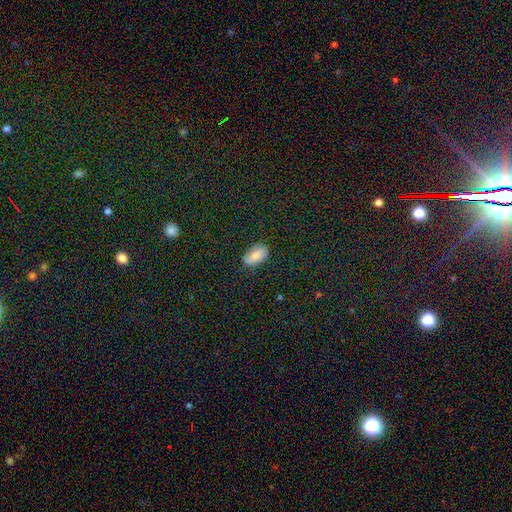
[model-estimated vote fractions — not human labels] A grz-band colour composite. It shows a smooth galaxy with no disk features (78%) that is in between round and cigar-shaped (93%). Merging: none (74%).